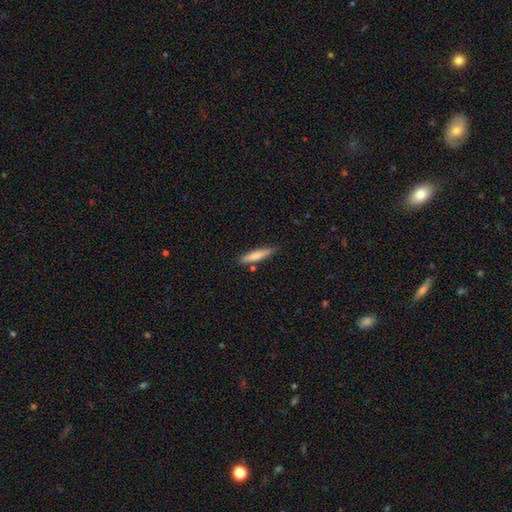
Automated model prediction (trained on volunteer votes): smooth 72%, featured or disk 22%, star or artifact 6%. Down the decision tree: how rounded — cigar-shaped (88%); merging — none (81%).